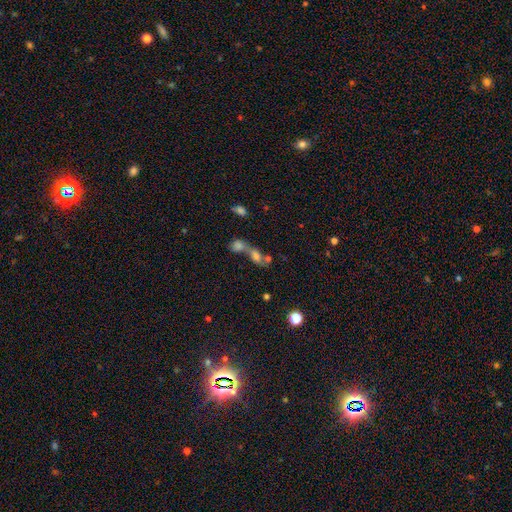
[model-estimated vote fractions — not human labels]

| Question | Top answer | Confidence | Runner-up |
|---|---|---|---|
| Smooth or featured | smooth | 59% | featured or disk (24%) |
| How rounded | in between | 68% | round (21%) |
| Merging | merger | 66% | none (21%) |